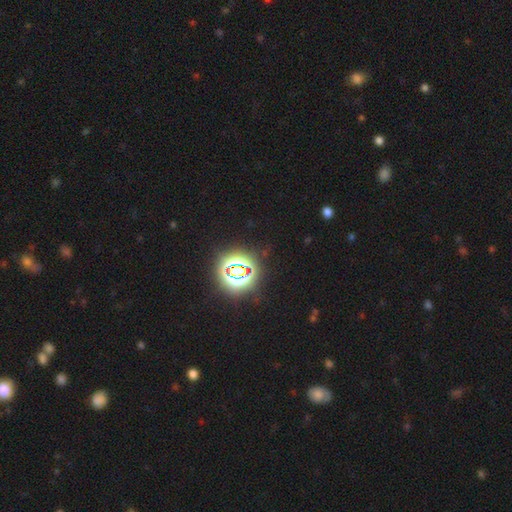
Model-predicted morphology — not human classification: Smooth or featured: star or artifact — 83% (smooth — 12%)